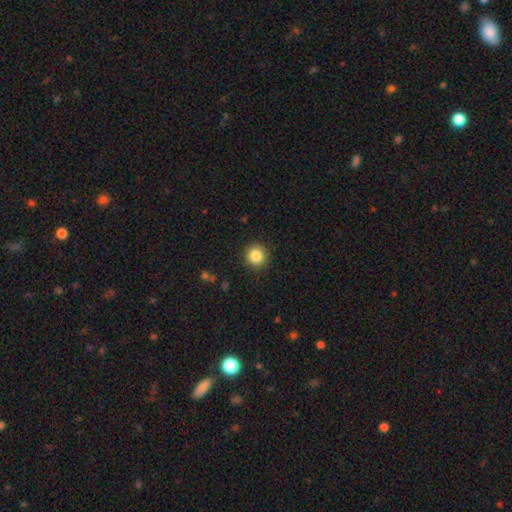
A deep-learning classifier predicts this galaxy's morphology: Smooth or featured: smooth — 85% (star or artifact — 10%)
How rounded: round — 94% (in between — 6%)
Merging: none — 91% (minor disturbance — 6%)